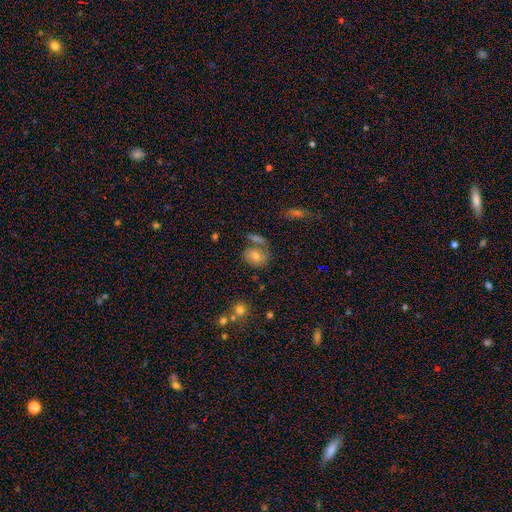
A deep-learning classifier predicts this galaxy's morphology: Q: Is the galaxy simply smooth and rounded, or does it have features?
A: smooth — 65%.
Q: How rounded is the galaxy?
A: in between — 51%.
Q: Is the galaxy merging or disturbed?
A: none — 58%.